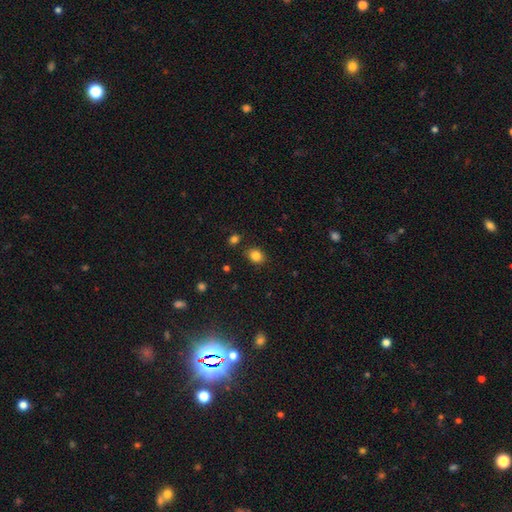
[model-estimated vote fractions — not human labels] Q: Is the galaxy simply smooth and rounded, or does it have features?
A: smooth — 85%.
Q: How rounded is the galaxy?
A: in between — 53%.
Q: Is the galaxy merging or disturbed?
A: none — 84%.